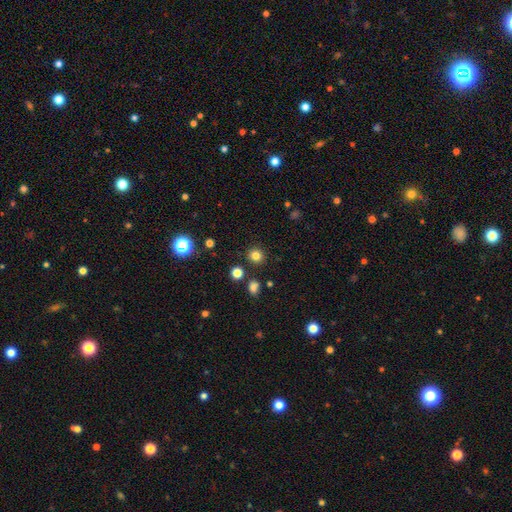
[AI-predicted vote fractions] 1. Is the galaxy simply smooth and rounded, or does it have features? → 81% smooth, 14% star or artifact, 5% featured or disk.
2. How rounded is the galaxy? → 90% round, 9% in between, 1% cigar-shaped.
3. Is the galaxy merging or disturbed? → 89% none, 6% minor disturbance, 3% merger, 2% major disturbance.